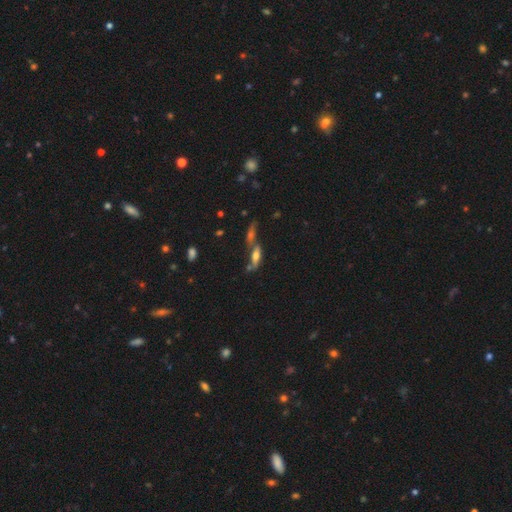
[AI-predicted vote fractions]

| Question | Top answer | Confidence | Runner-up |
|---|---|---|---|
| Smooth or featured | smooth | 46% | featured or disk (42%) |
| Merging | merger | 51% | none (31%) |